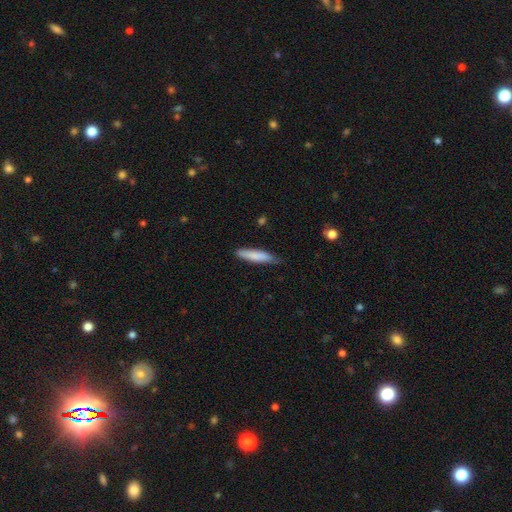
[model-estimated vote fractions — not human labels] Smooth or featured?
  - smooth: 81% *
  - featured or disk: 14%
  - star or artifact: 5%
How rounded?
  - cigar-shaped: 83% *
  - in between: 15%
  - round: 1%
Merging?
  - none: 73% *
  - minor disturbance: 22%
  - major disturbance: 3%
  - merger: 1%